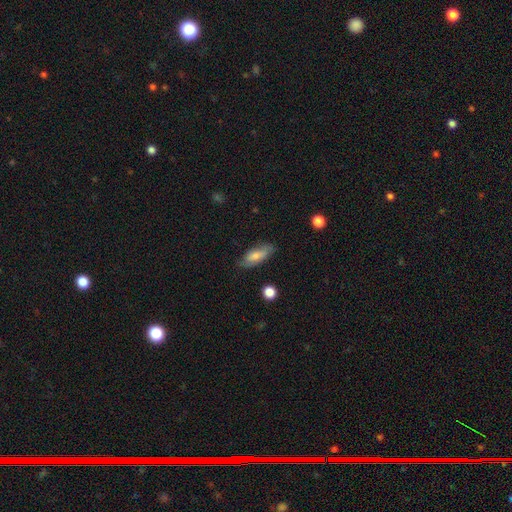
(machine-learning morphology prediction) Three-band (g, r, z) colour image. It shows a smooth galaxy with no disk features (70%) that is in between round and cigar-shaped (69%). Merging: none (73%).